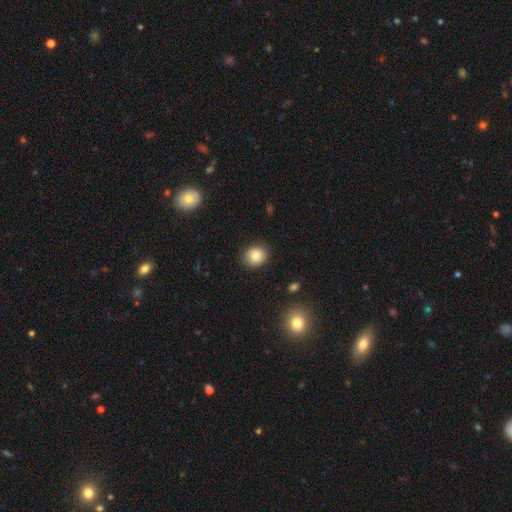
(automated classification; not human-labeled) Morphology: type=smooth (84%); roundness=round (70%); merging=none (87%).